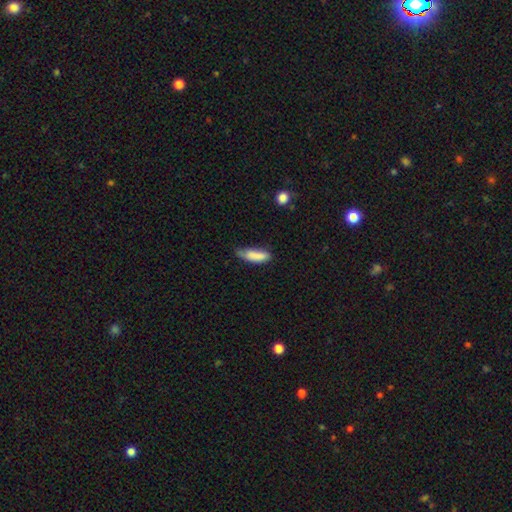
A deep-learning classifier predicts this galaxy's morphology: smooth_or_featured: smooth (p=0.83) [alt: featured or disk p=0.10]
how_rounded: in between (p=0.50) [alt: cigar-shaped p=0.48]
merging: minor disturbance (p=0.43) [alt: none p=0.42]